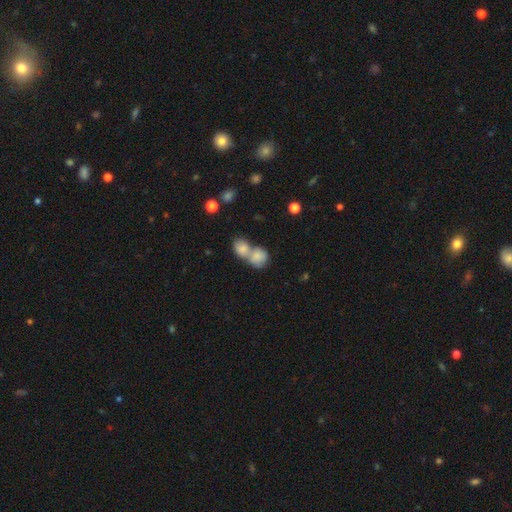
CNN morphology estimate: type=smooth (82%); roundness=round (62%); merging=merger (72%).